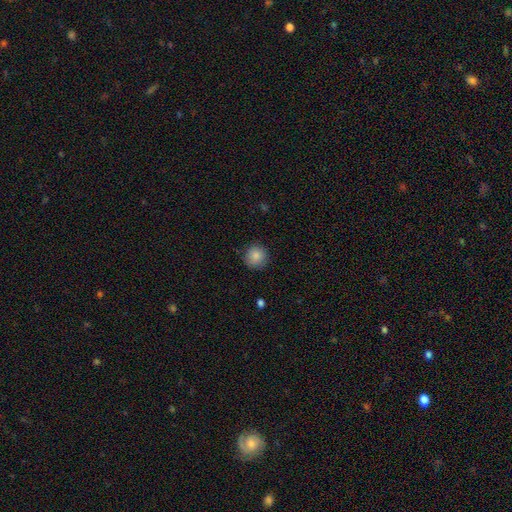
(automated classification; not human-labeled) Overall: smooth (86%). How rounded: round (93%). Merging: none (86%).